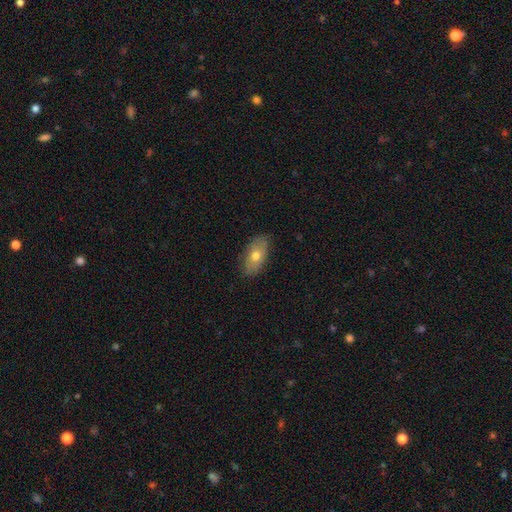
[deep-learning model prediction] Smooth or featured: smooth — 67% (featured or disk — 26%)
How rounded: in between — 90% (round — 5%)
Merging: none — 84% (minor disturbance — 12%)